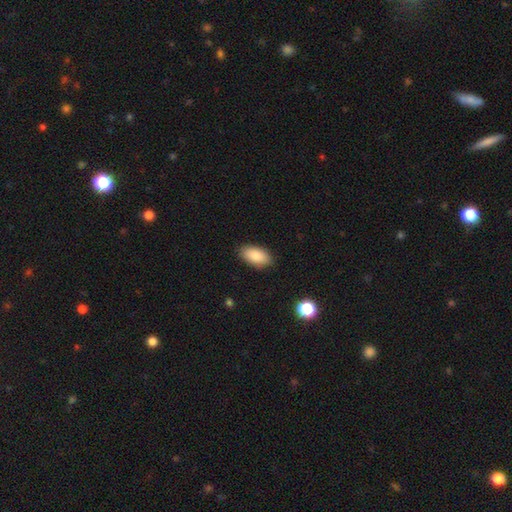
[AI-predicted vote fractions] Smooth or featured? Predicted: smooth (p=0.85). How rounded? Predicted: in between (p=0.93). Merging? Predicted: none (p=0.87).